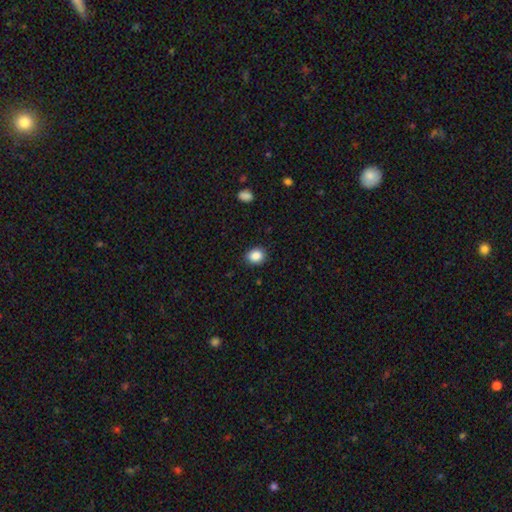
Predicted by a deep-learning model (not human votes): smooth-or-featured: smooth: 87% | star or artifact: 9% | featured or disk: 3%
  how-rounded: round: 60% | in between: 39% | cigar-shaped: 1%
  merging: none: 88% | minor disturbance: 8% | major disturbance: 2% | merger: 1%